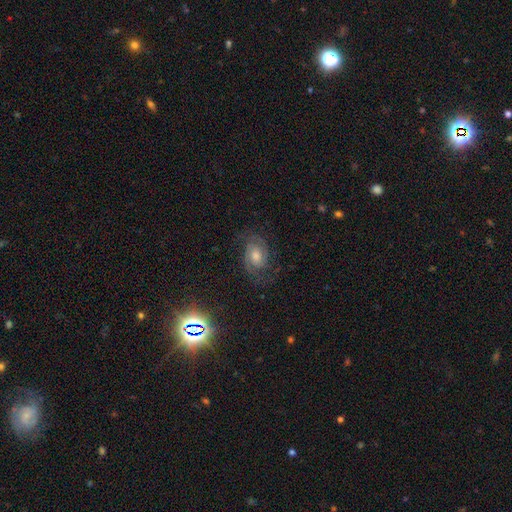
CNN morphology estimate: Q: Smooth or featured?
A: featured or disk (75%); runner-up: star or artifact (14%)
Q: Edge-on disk?
A: no (97%); runner-up: yes (3%)
Q: Bar?
A: no (52%); runner-up: weak (39%)
Q: Spiral arms?
A: yes (96%); runner-up: no (4%)
Q: Spiral winding?
A: medium (46%); runner-up: tight (42%)
Q: Spiral arm count?
A: 2 (84%); runner-up: can't tell (8%)
Q: Bulge size?
A: moderate (58%); runner-up: small (24%)
Q: Merging?
A: none (77%); runner-up: minor disturbance (14%)